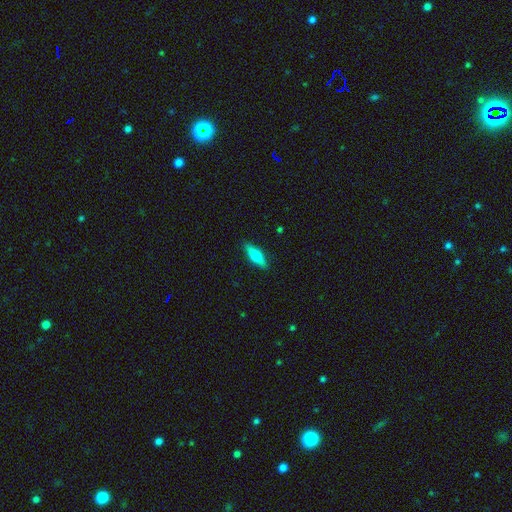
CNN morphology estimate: Q: Smooth or featured?
A: smooth (62%); runner-up: featured or disk (32%)
Q: How rounded?
A: cigar-shaped (60%); runner-up: in between (38%)
Q: Merging?
A: none (89%); runner-up: minor disturbance (8%)